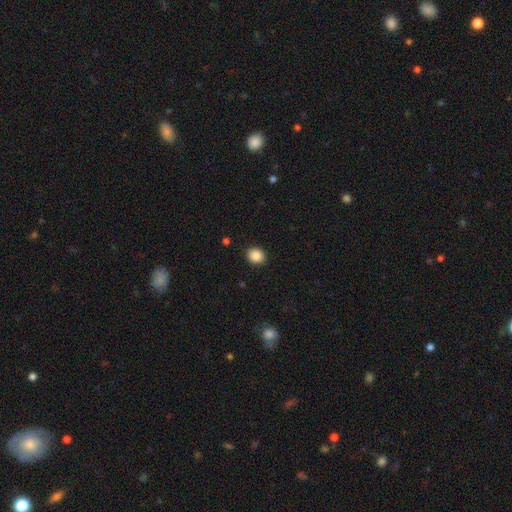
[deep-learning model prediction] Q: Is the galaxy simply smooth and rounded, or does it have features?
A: smooth — 88%.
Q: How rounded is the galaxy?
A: round — 69%.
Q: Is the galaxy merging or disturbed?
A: none — 90%.